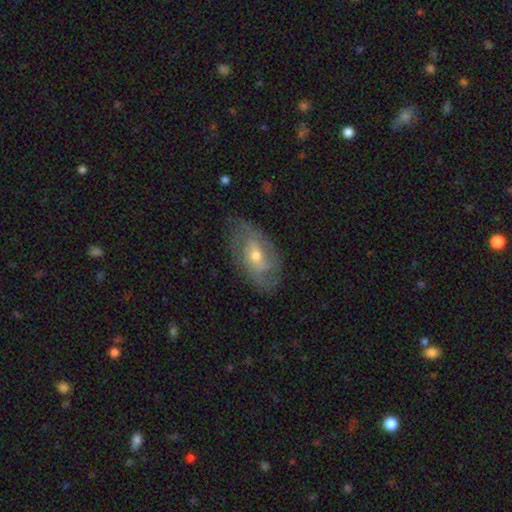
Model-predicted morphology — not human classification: The model was most divided on "spiral winding": tight: 45%, medium: 40%, loose: 15%. Remaining: edge-on disk — no (93%); spiral arms — yes (90%); smooth or featured — featured or disk (78%); merging — none (74%); bulge size — moderate (62%); bar — no (59%); spiral arm count — 2 (43%).